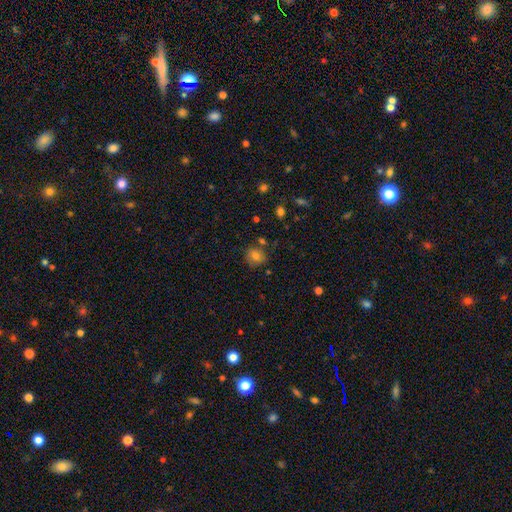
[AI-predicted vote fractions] smooth_or_featured: smooth (p=0.75) [alt: featured or disk p=0.13]
how_rounded: round (p=0.73) [alt: in between p=0.26]
merging: none (p=0.68) [alt: minor disturbance p=0.18]